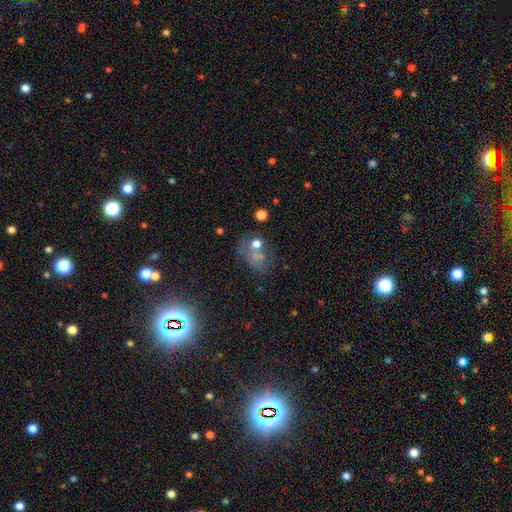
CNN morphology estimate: A smooth galaxy with no disk features (45%).

Vote fractions:
- Smooth or featured? smooth: 45% / star or artifact: 31% / featured or disk: 23%
- Merging? none: 43% / merger: 19% / minor disturbance: 19% / major disturbance: 19%